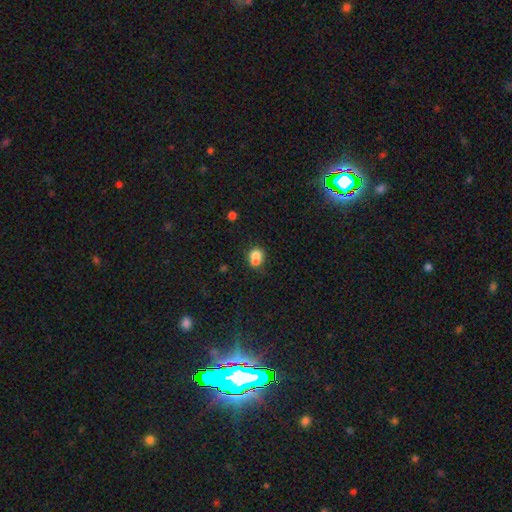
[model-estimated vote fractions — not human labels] Q: Smooth or featured?
A: smooth (74%); runner-up: featured or disk (15%)
Q: How rounded?
A: round (64%); runner-up: in between (35%)
Q: Merging?
A: merger (55%); runner-up: none (31%)